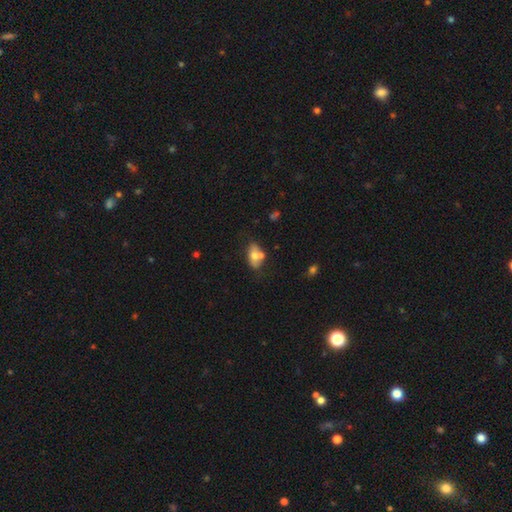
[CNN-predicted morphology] smooth_or_featured: smooth (p=0.63) [alt: featured or disk p=0.28]
how_rounded: in between (p=0.85) [alt: round p=0.08]
merging: none (p=0.49) [alt: merger p=0.28]